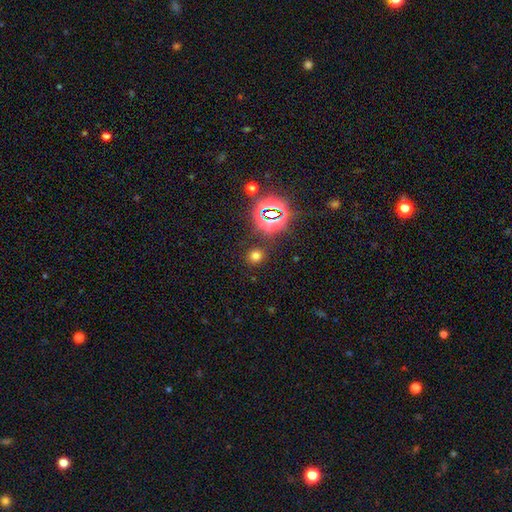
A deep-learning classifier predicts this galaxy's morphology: This appears to be a smooth galaxy with no disk features (67%) that is round (84%). Merging: none (87%).